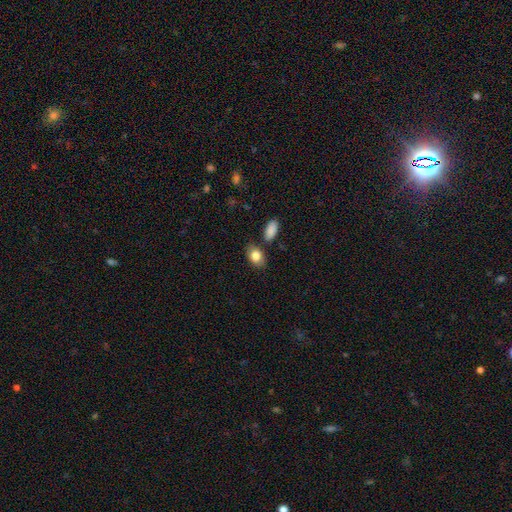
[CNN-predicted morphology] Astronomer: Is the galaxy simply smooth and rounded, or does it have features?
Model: smooth — 83%.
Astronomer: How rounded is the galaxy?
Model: in between — 79%.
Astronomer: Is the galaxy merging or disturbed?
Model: none — 75%.